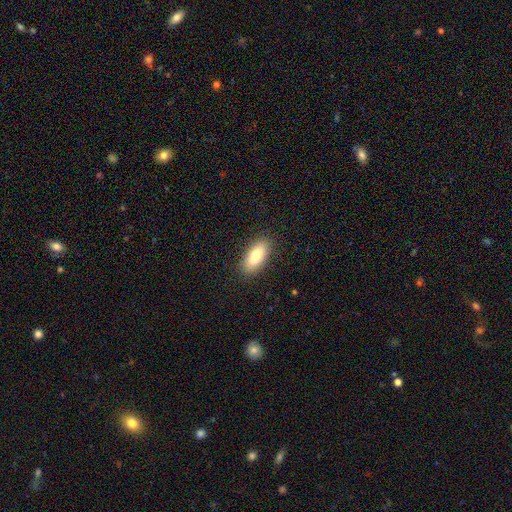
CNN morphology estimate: Smooth or featured? smooth (78%)
How rounded? in between (84%)
Merging? none (89%)